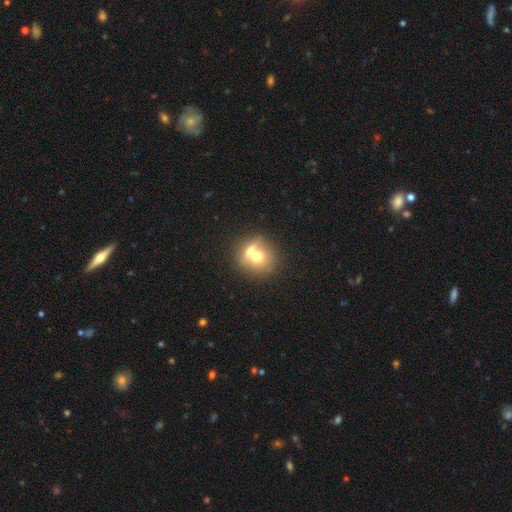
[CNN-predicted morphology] Smooth or featured? smooth (63%)
How rounded? round (86%)
Merging? merger (44%)